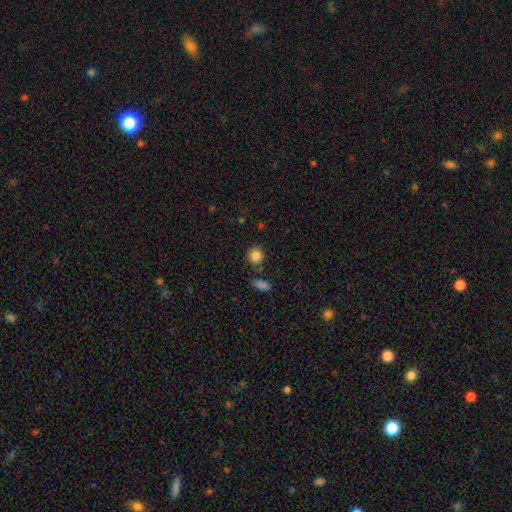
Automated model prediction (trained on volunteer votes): This appears to be a smooth galaxy with no disk features (85%) that is round (86%). Merging: none (79%).